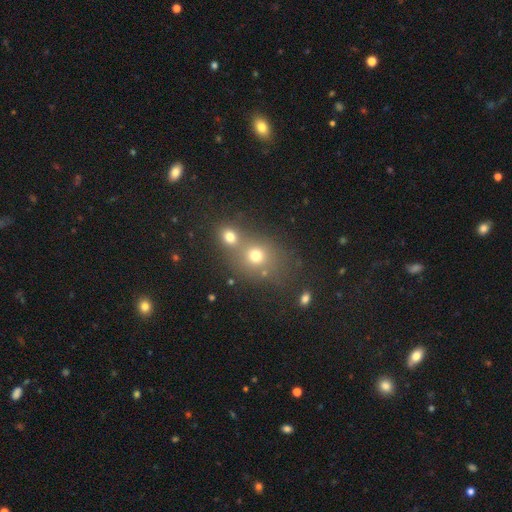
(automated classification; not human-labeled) Morphology: type=smooth (71%); roundness=round (69%); merging=merger (50%).